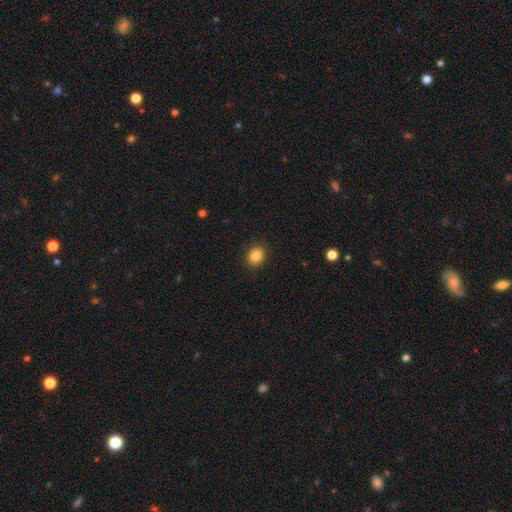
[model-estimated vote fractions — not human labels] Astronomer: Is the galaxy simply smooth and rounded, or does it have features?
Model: smooth — 85%.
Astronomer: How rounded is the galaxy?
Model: round — 61% (runner-up: in between, 38%).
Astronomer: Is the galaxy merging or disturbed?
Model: none — 90%.